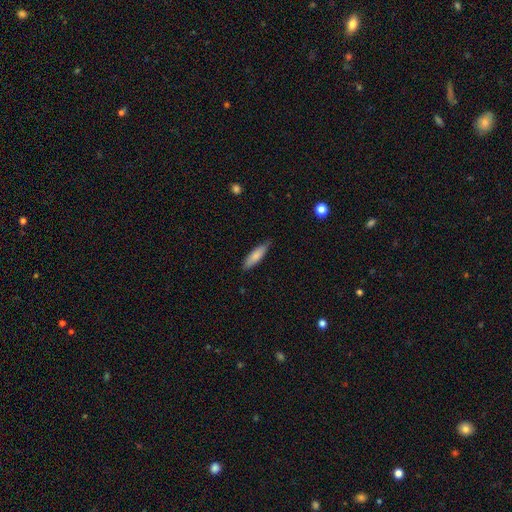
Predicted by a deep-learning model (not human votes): A smooth galaxy with no disk features (80%) that is cigar-shaped (63%). Merging: none (81%).